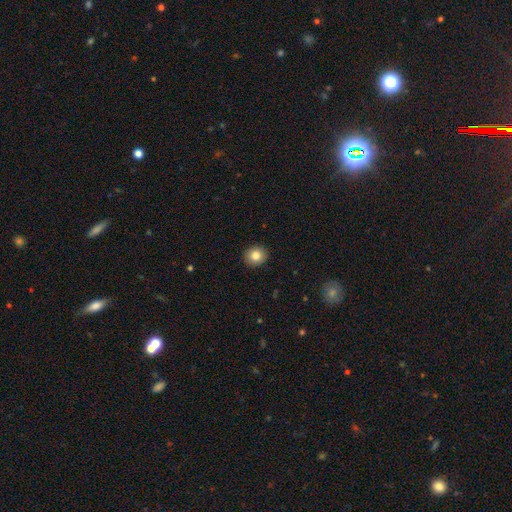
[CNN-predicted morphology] This is clearly a smooth galaxy (82%). How rounded: clearly round (84%). Merging: clearly none (92%).